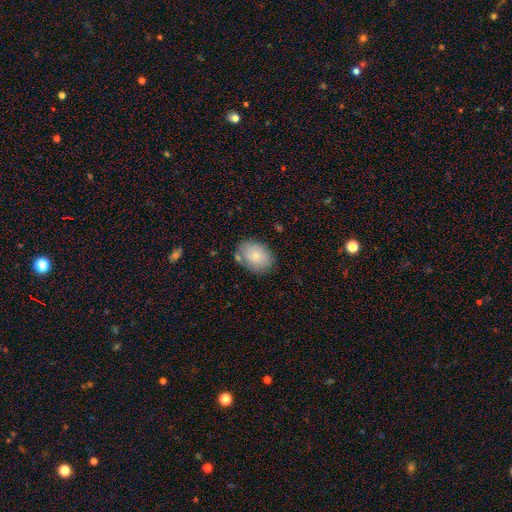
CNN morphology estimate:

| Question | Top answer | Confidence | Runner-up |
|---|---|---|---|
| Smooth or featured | smooth | 75% | featured or disk (17%) |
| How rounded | in between | 73% | round (26%) |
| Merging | none | 72% | minor disturbance (17%) |